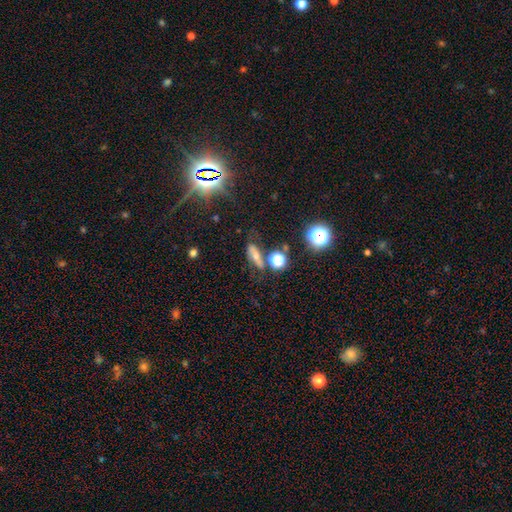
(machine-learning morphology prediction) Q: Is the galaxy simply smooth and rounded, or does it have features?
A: smooth — 48%.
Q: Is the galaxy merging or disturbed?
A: none — 59%.